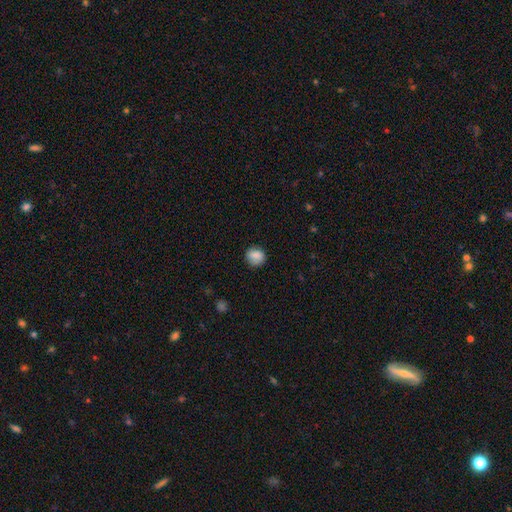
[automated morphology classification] Smooth or featured?
  - smooth: 85% *
  - star or artifact: 8%
  - featured or disk: 7%
How rounded?
  - round: 79% *
  - in between: 20%
  - cigar-shaped: 1%
Merging?
  - none: 81% *
  - minor disturbance: 14%
  - major disturbance: 3%
  - merger: 1%